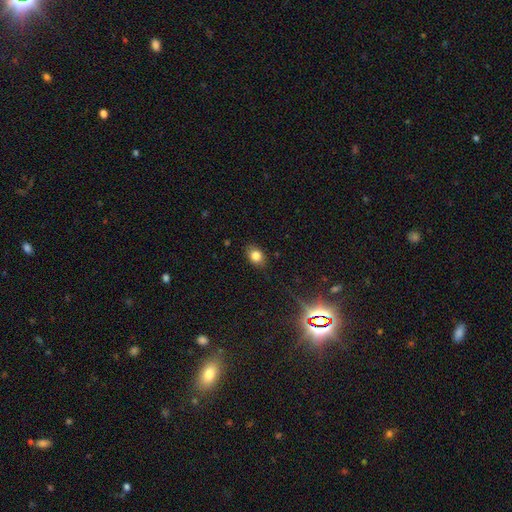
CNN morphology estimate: This appears to be a smooth galaxy with no disk features (80%) that is in between round and cigar-shaped (71%). Merging: none (85%).